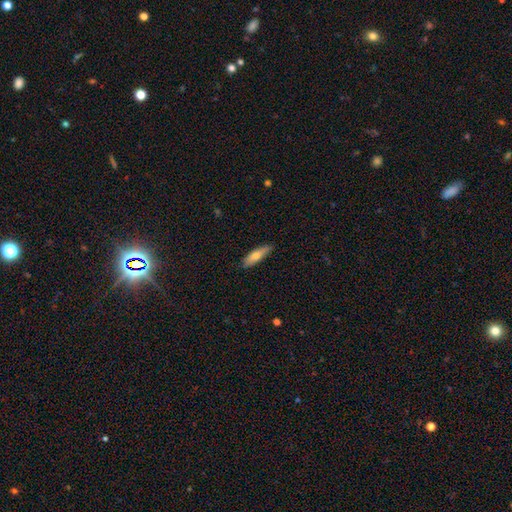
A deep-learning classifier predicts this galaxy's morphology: A smooth galaxy with no disk features (68%) that is cigar-shaped (61%). Merging: none (82%).